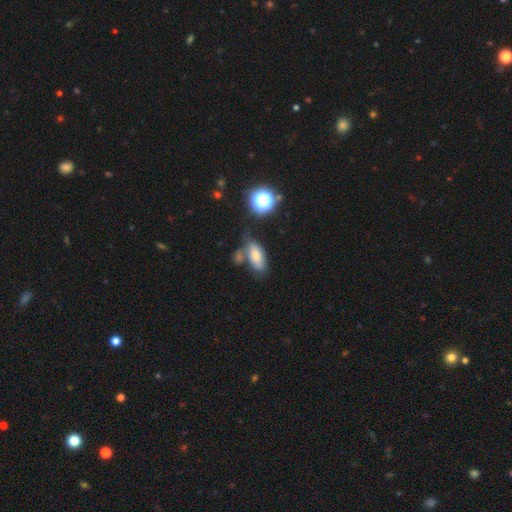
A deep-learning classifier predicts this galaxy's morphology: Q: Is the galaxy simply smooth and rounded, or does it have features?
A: smooth — 71%.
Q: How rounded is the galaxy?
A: in between — 87%.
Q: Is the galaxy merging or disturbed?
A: none — 49%.